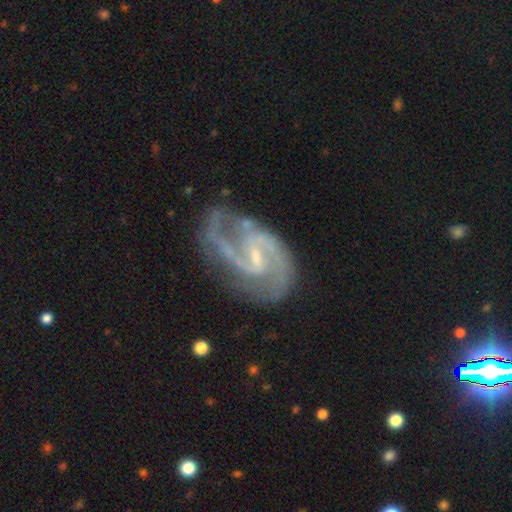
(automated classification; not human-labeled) smooth_or_featured: featured or disk (p=0.91) [alt: star or artifact p=0.05]
disk_edge_on: no (p=0.98) [alt: yes p=0.02]
bar: weak (p=0.59) [alt: strong p=0.22]
has_spiral_arms: yes (p=0.97) [alt: no p=0.03]
spiral_winding: medium (p=0.59) [alt: loose p=0.21]
spiral_arm_count: 2 (p=0.84) [alt: 3 p=0.05]
bulge_size: small (p=0.65) [alt: moderate p=0.19]
merging: none (p=0.62) [alt: minor disturbance p=0.21]